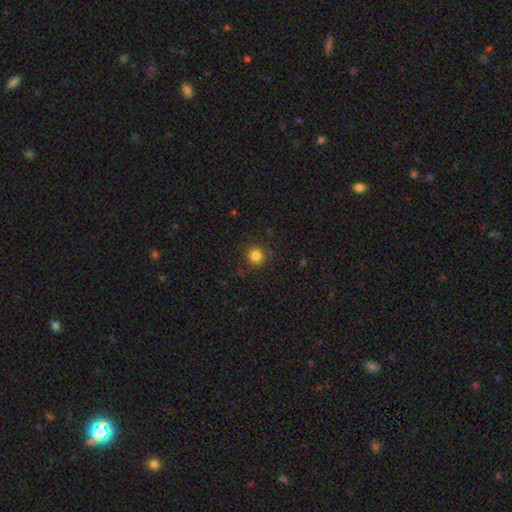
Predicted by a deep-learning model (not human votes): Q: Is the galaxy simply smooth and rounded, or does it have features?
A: smooth — 82%.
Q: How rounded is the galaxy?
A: round — 94%.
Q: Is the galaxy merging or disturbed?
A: none — 89%.